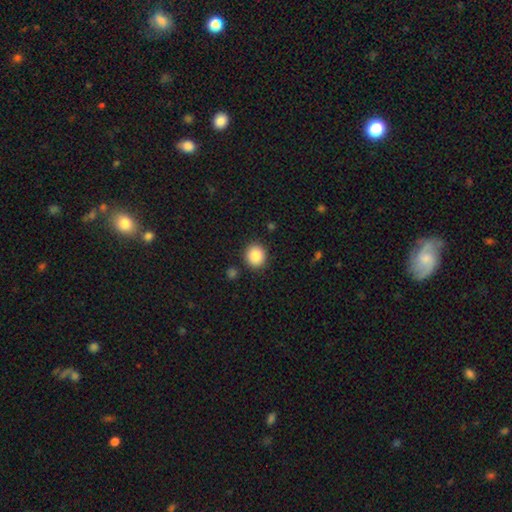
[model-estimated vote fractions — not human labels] Smooth or featured: smooth — 88% (star or artifact — 8%)
How rounded: round — 83% (in between — 16%)
Merging: none — 88% (minor disturbance — 7%)